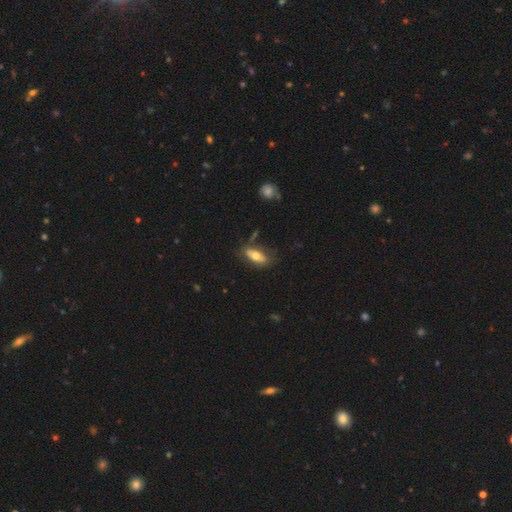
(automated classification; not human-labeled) Morphology: type=smooth (61%); roundness=in between (80%); merging=none (65%).